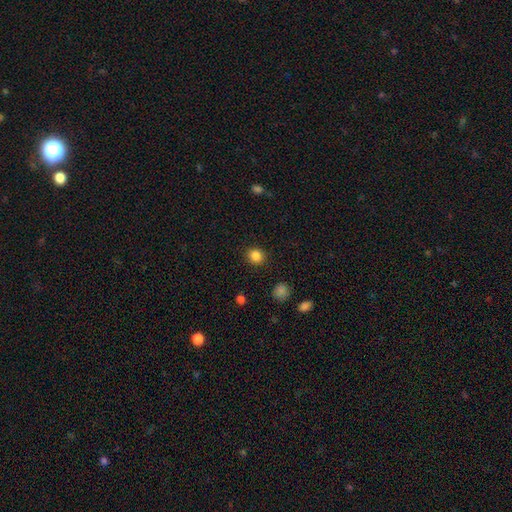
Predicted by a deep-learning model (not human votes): Smooth or featured: smooth — 85% (star or artifact — 11%)
How rounded: round — 83% (in between — 16%)
Merging: none — 90% (minor disturbance — 6%)